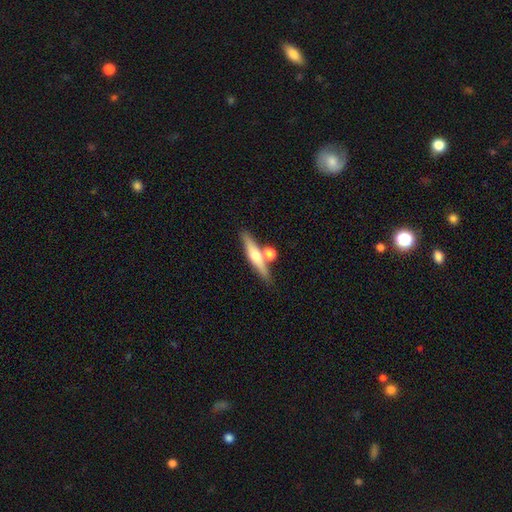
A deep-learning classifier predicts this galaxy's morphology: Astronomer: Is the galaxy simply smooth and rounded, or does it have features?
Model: featured or disk — 50% (runner-up: smooth, 43%).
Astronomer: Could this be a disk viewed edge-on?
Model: yes — 91%.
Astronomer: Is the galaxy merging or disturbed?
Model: none — 66%.